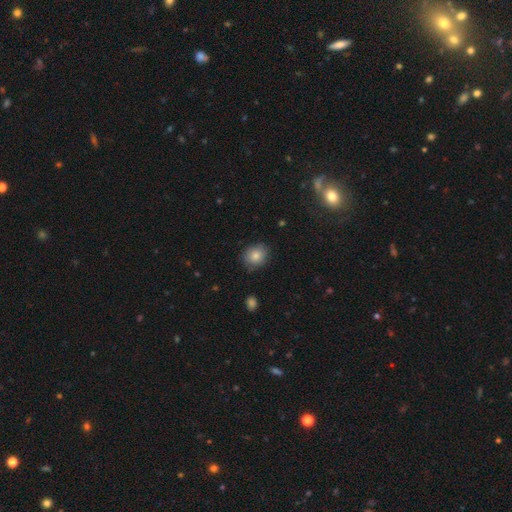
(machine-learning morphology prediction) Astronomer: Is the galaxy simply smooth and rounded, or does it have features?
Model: smooth — 82%.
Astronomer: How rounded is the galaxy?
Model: round — 67%.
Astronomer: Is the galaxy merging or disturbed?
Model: none — 80%.